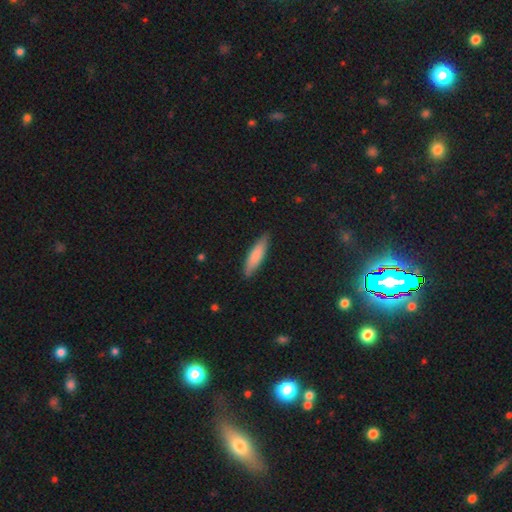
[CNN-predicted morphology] smooth-or-featured: smooth: 77% | featured or disk: 18% | star or artifact: 5%
  how-rounded: cigar-shaped: 75% | in between: 23% | round: 1%
  merging: none: 87% | minor disturbance: 10% | major disturbance: 2% | merger: 1%